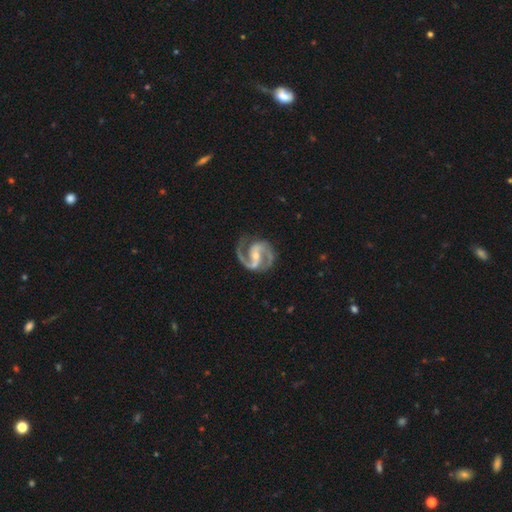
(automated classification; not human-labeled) Morphology: type=featured or disk (94%); edge-on=no (98%); bar=weak (37%); spiral arms=yes (98%); winding=medium (66%); arm count=2 (93%); bulge=small (55%); merging=none (80%).